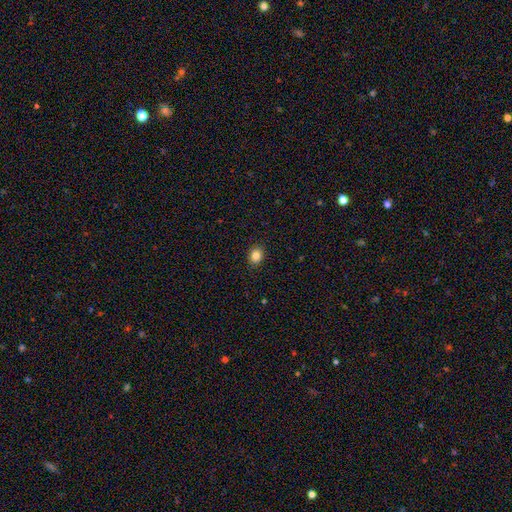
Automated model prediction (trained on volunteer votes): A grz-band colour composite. It shows a smooth galaxy with no disk features (84%) that is round (54%). Merging: none (90%).